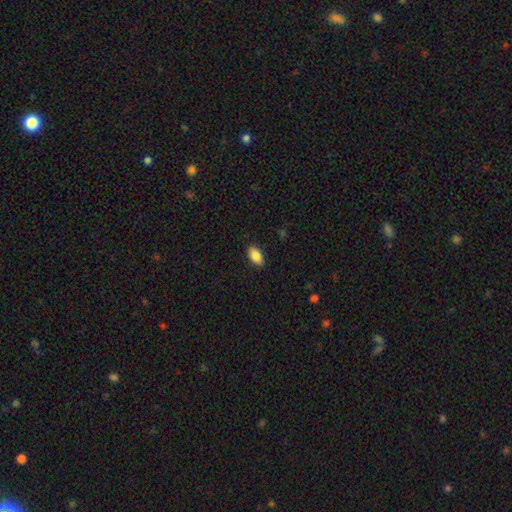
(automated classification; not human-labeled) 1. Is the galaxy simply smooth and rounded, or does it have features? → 86% smooth, 7% star or artifact, 7% featured or disk.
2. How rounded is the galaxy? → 92% in between, 5% cigar-shaped, 3% round.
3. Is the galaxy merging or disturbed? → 89% none, 8% minor disturbance, 2% major disturbance, 1% merger.